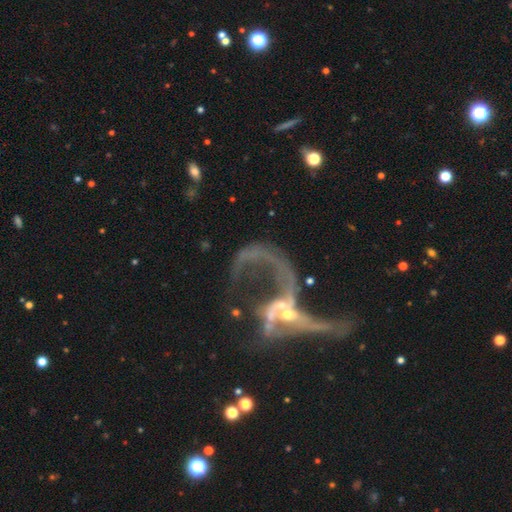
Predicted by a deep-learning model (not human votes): Smooth or featured? featured or disk (79%)
Edge-on disk? no (95%)
Bar? no (64%)
Spiral arms? yes (70%)
Spiral winding? loose (85%)
Spiral arm count? 2 (47%)
Bulge size? small (51%)
Merging? merger (46%)